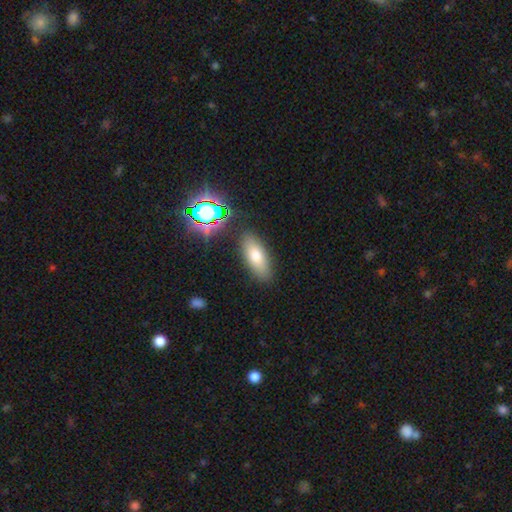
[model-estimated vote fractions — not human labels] Smooth or featured: smooth — 71% (featured or disk — 17%)
How rounded: in between — 73% (cigar-shaped — 23%)
Merging: none — 85% (minor disturbance — 10%)